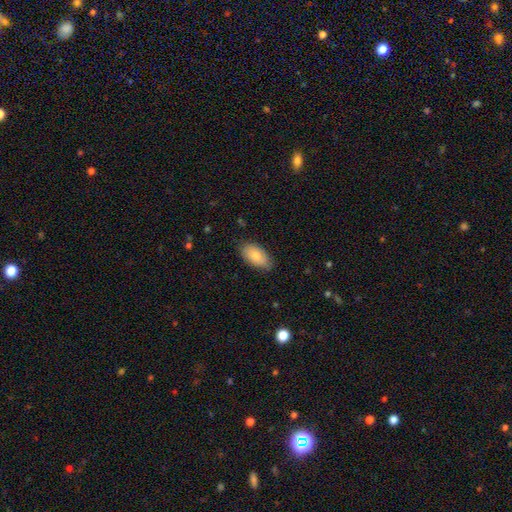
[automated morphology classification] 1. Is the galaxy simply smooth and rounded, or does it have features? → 83% smooth, 11% featured or disk, 6% star or artifact.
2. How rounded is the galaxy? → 93% in between, 4% cigar-shaped, 3% round.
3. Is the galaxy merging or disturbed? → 81% none, 15% minor disturbance, 3% major disturbance, 1% merger.